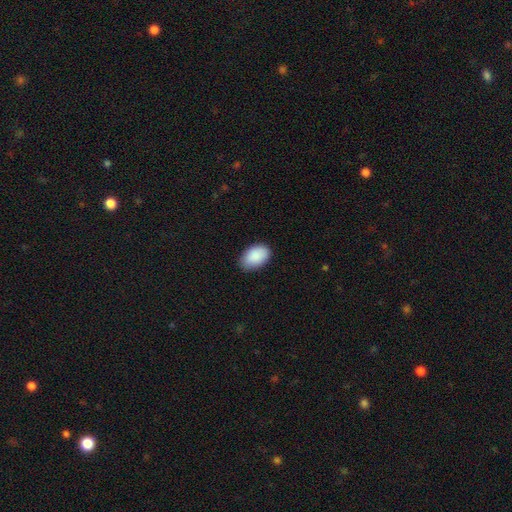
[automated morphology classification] Smooth or featured? Predicted: smooth (p=0.90). How rounded? Predicted: in between (p=0.92). Merging? Predicted: none (p=0.82).